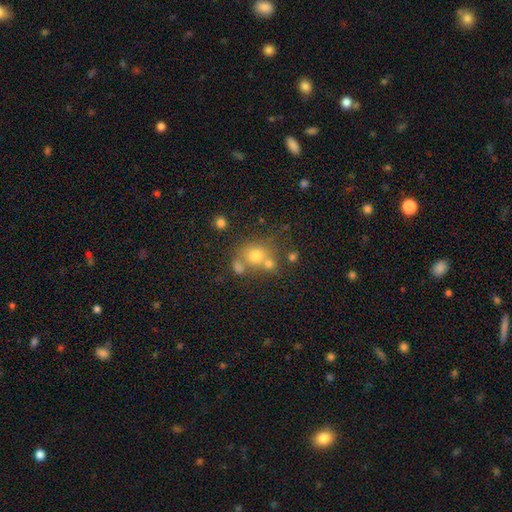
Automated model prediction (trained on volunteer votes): smooth-or-featured: smooth: 66% | star or artifact: 19% | featured or disk: 15%
  how-rounded: round: 79% | in between: 20% | cigar-shaped: 1%
  merging: none: 51% | merger: 32% | minor disturbance: 11% | major disturbance: 6%